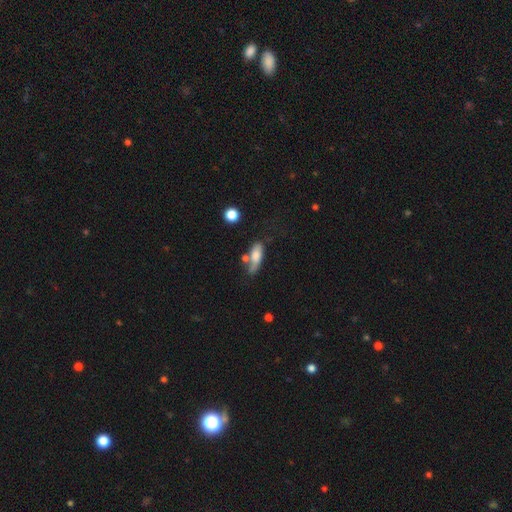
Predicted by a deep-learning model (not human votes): Q: Smooth or featured?
A: smooth (69%); runner-up: featured or disk (22%)
Q: How rounded?
A: in between (69%); runner-up: cigar-shaped (26%)
Q: Merging?
A: none (38%); runner-up: minor disturbance (24%)